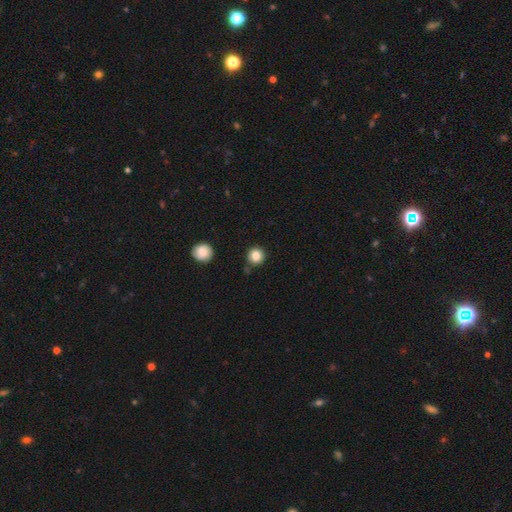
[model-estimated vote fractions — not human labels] Morphology: type=smooth (84%); roundness=round (93%); merging=none (87%).